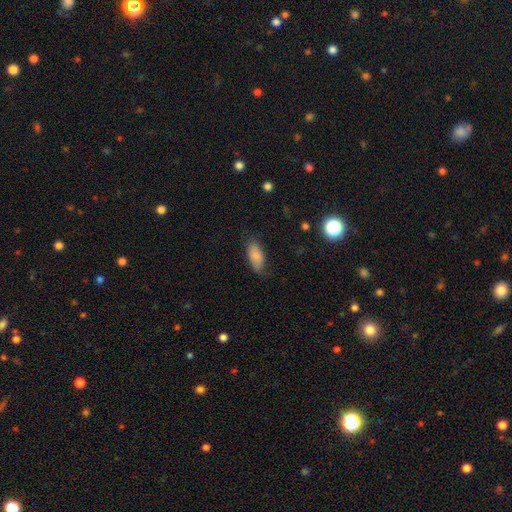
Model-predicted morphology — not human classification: Smooth or featured? smooth (82%)
How rounded? in between (89%)
Merging? none (67%)